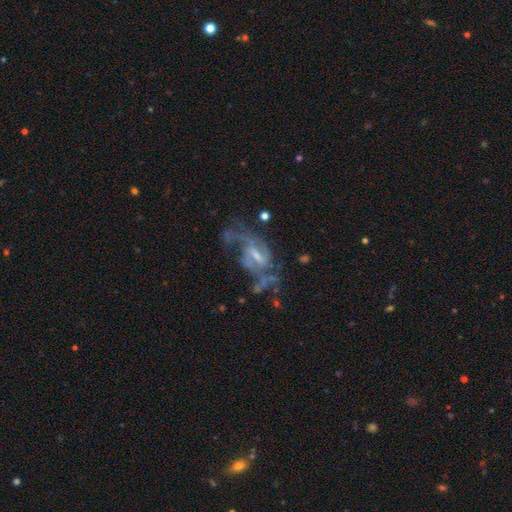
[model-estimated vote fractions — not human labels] Smooth or featured: featured or disk — 79% (star or artifact — 12%)
Edge-on disk: no — 95% (yes — 5%)
Bar: weak — 51% (no — 26%)
Spiral arms: yes — 82% (no — 18%)
Spiral winding: medium — 43% (loose — 39%)
Spiral arm count: 2 — 47% (can't tell — 27%)
Bulge size: small — 50% (moderate — 32%)
Merging: none — 43% (major disturbance — 32%)